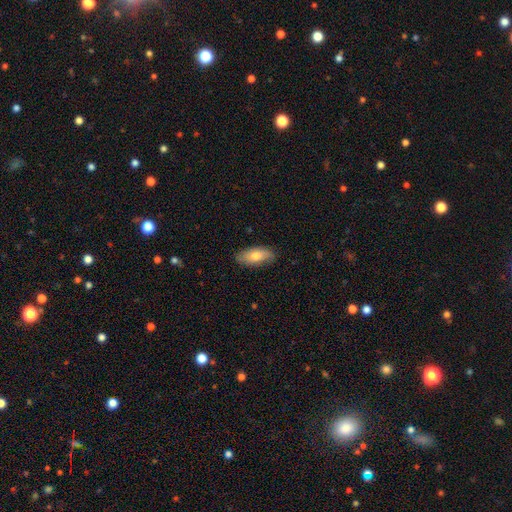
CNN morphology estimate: A smooth galaxy with no disk features (71%) that is in between round and cigar-shaped (85%).

Vote fractions:
- Smooth or featured? smooth: 71% / featured or disk: 22% / star or artifact: 6%
- How rounded? in between: 85% / cigar-shaped: 12% / round: 3%
- Merging? none: 81% / minor disturbance: 15% / major disturbance: 3% / merger: 1%